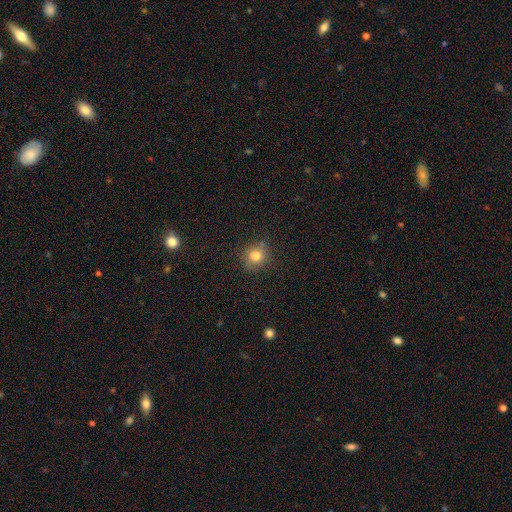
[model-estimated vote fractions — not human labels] Morphology: type=smooth (80%); roundness=round (87%); merging=none (83%).